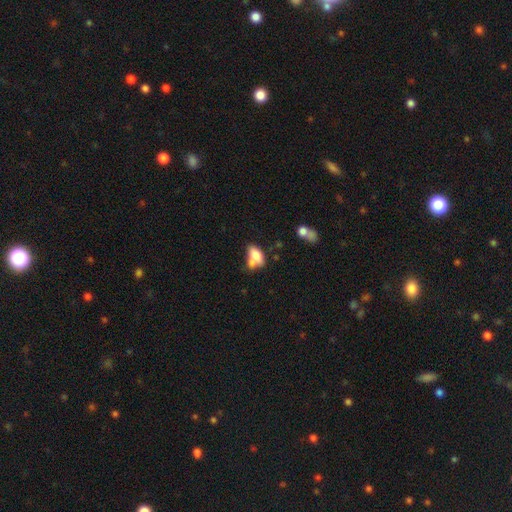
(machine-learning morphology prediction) smooth 71%, featured or disk 19%, star or artifact 9%. Down the decision tree: how rounded — in between (87%); merging — merger (39%).